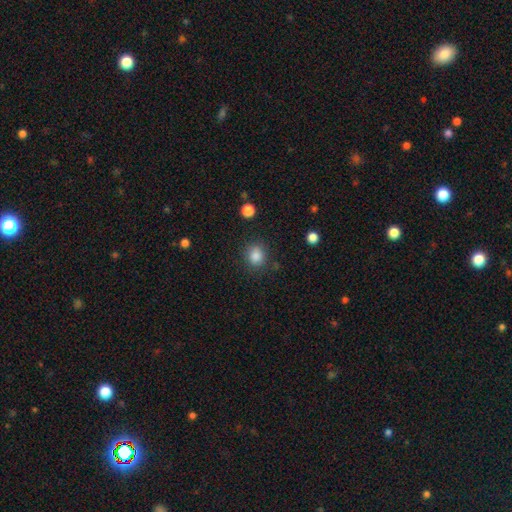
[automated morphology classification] Smooth or featured? Predicted: smooth (p=0.85). How rounded? Predicted: round (p=0.71). Merging? Predicted: none (p=0.82).